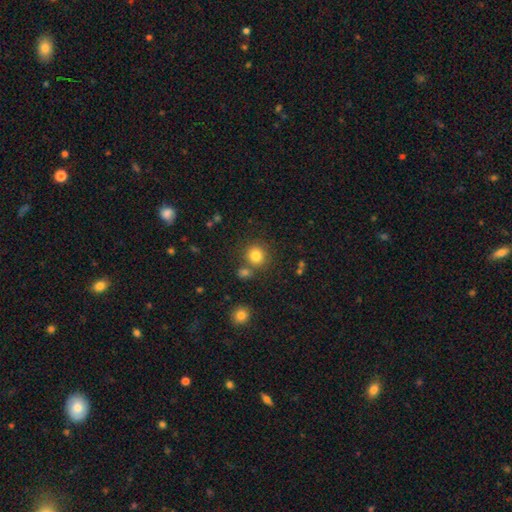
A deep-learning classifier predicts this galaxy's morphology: A smooth galaxy with no disk features (81%) that is round (90%).

Vote fractions:
- Smooth or featured? smooth: 81% / star or artifact: 13% / featured or disk: 6%
- How rounded? round: 90% / in between: 9% / cigar-shaped: 1%
- Merging? none: 75% / merger: 13% / minor disturbance: 8% / major disturbance: 3%